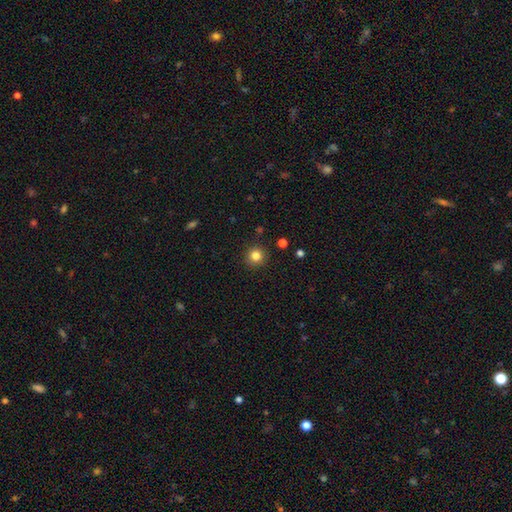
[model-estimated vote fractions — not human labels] A smooth galaxy with no disk features (83%) that is round (93%). Merging: none (90%).